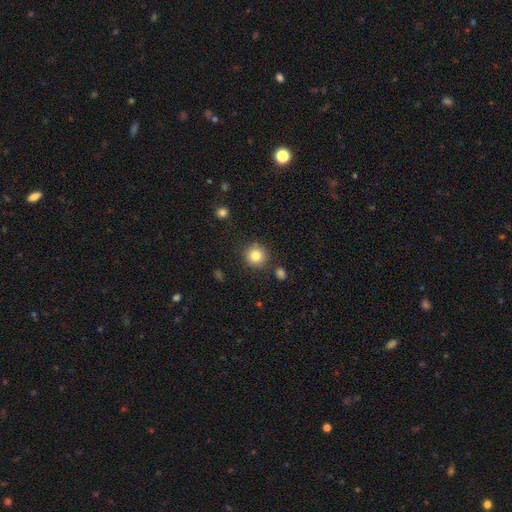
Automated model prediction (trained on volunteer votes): Smooth or featured?
  - smooth: 83% *
  - star or artifact: 10%
  - featured or disk: 7%
How rounded?
  - round: 94% *
  - in between: 5%
  - cigar-shaped: 1%
Merging?
  - none: 87% *
  - minor disturbance: 8%
  - merger: 3%
  - major disturbance: 3%